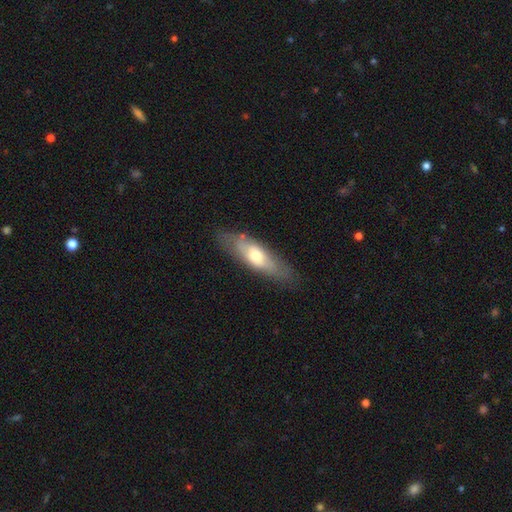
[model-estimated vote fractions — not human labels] Smooth or featured? smooth (51%)
How rounded? in between (50%)
Merging? none (78%)